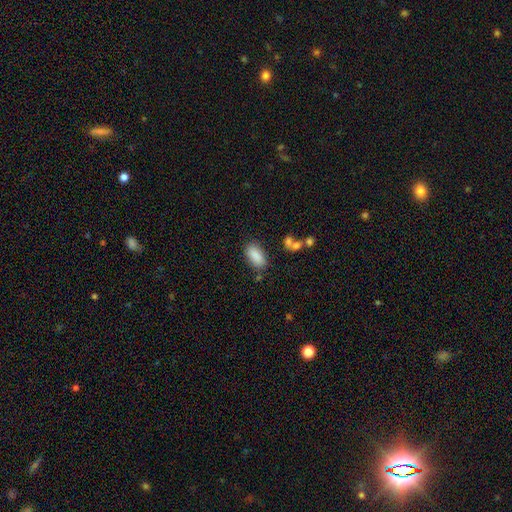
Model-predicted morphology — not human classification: Overall: smooth (88%). How rounded: in between (89%). Merging: none (79%).